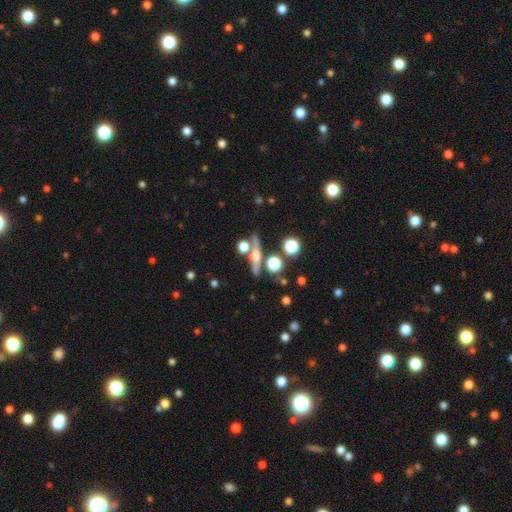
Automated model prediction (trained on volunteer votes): smooth_or_featured: featured or disk (p=0.59) [alt: smooth p=0.29]
disk_edge_on: yes (p=0.90) [alt: no p=0.10]
edge_on_bulge: rounded (p=0.83) [alt: none p=0.09]
merging: none (p=0.74) [alt: minor disturbance p=0.11]